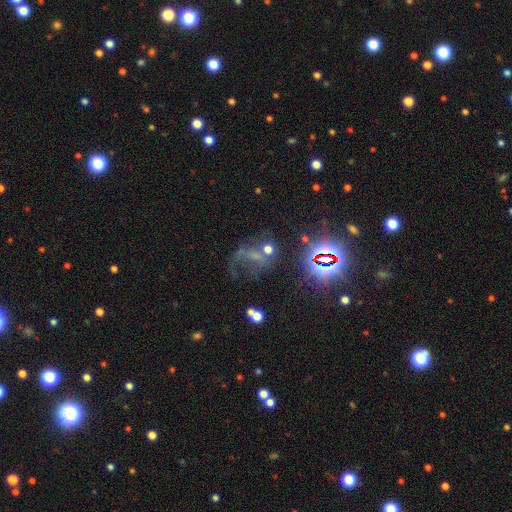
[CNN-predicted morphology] A star or artifact, not a galaxy (44%).

Vote fractions:
- Smooth or featured? star or artifact: 44% / featured or disk: 32% / smooth: 24%